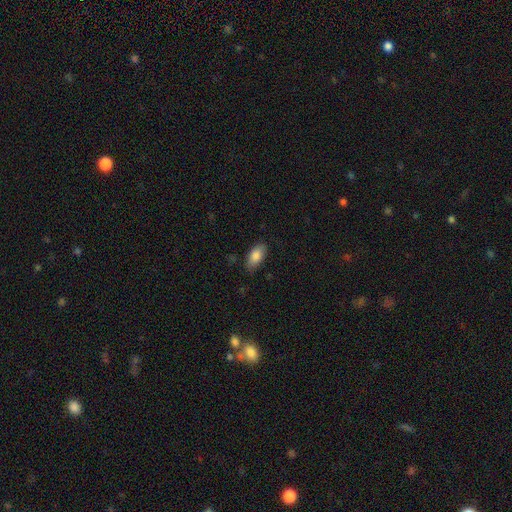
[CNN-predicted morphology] smooth_or_featured: smooth (p=0.85) [alt: featured or disk p=0.09]
how_rounded: in between (p=0.92) [alt: cigar-shaped p=0.05]
merging: none (p=0.80) [alt: minor disturbance p=0.16]